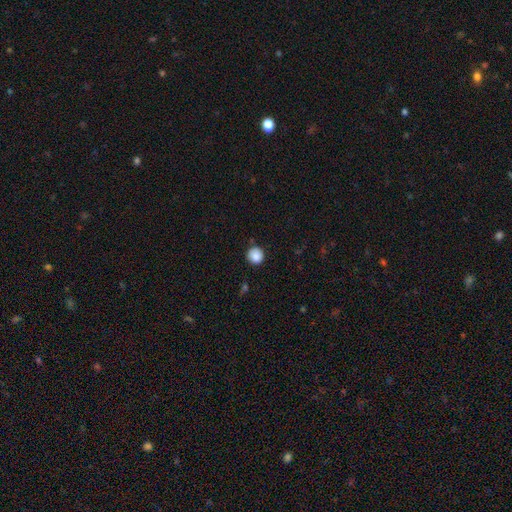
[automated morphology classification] Smooth or featured? Predicted: smooth (p=0.87). How rounded? Predicted: round (p=0.92). Merging? Predicted: none (p=0.82).